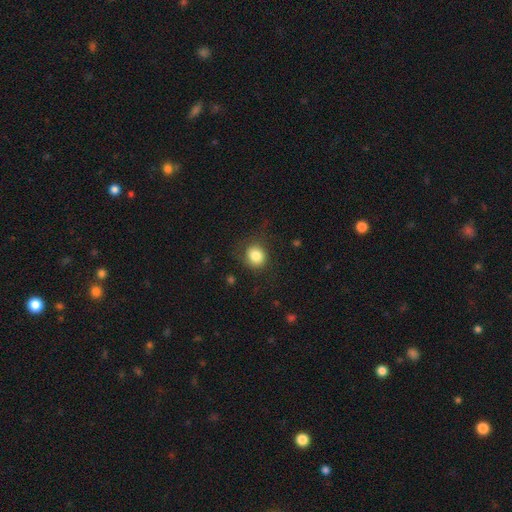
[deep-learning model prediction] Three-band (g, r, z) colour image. It shows a smooth galaxy with no disk features (83%) that is round (83%). Merging: none (75%).